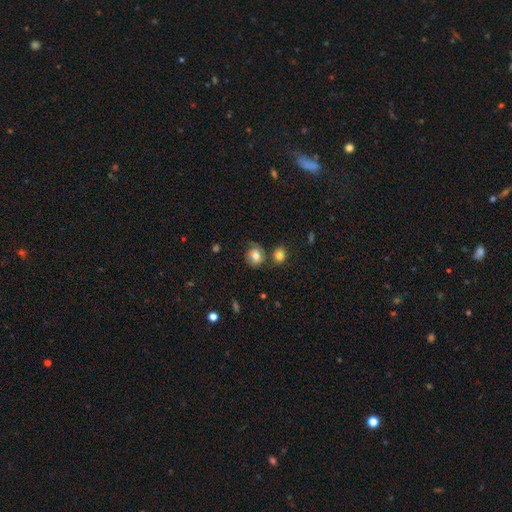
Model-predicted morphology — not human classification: smooth 71%, featured or disk 18%, star or artifact 10%. Down the decision tree: how rounded — round (72%); merging — none (61%).